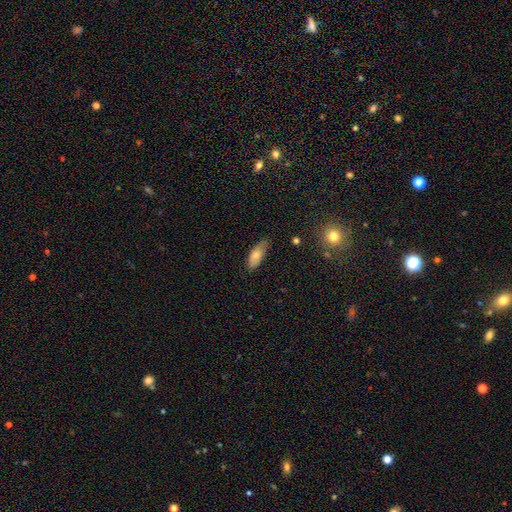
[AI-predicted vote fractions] smooth 76%, featured or disk 17%, star or artifact 7%. Down the decision tree: how rounded — in between (78%); merging — none (65%).